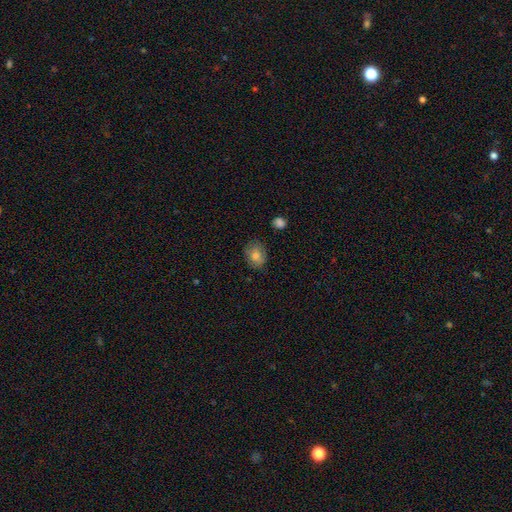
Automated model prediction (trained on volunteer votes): This appears to be a smooth galaxy with no disk features (76%) that is in between round and cigar-shaped (51%). Merging: none (79%).